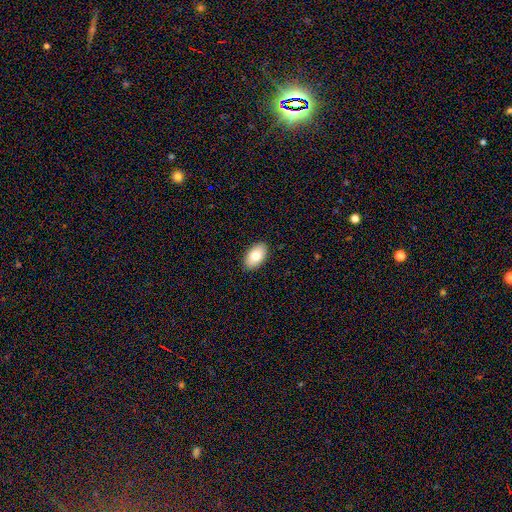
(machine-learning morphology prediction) This appears to be a smooth galaxy with no disk features (80%) that is in between round and cigar-shaped (93%). Merging: none (89%).